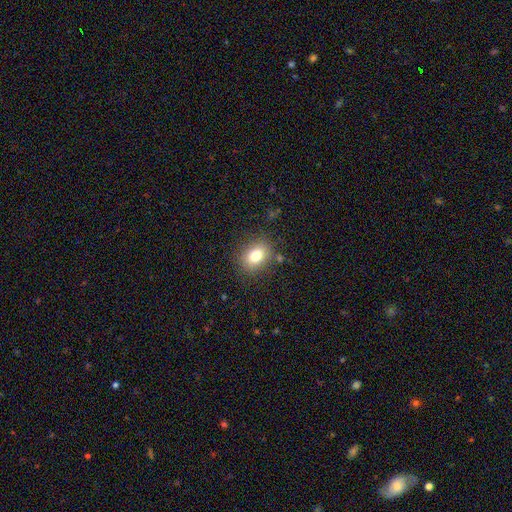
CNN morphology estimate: This is likely a smooth galaxy (79%). How rounded: likely in between (62%). Merging: clearly none (83%).